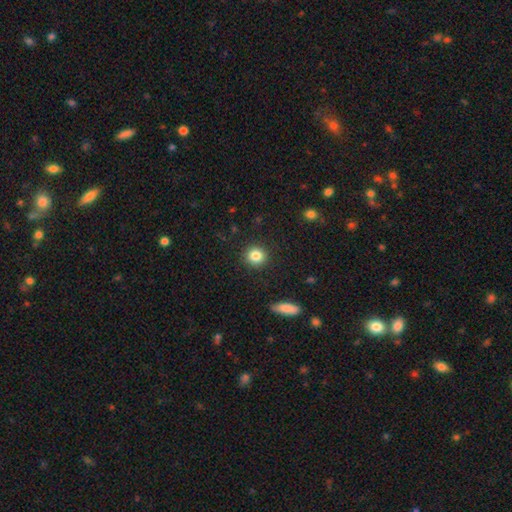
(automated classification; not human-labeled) This is clearly a smooth galaxy (84%). How rounded: clearly round (89%). Merging: clearly none (91%).